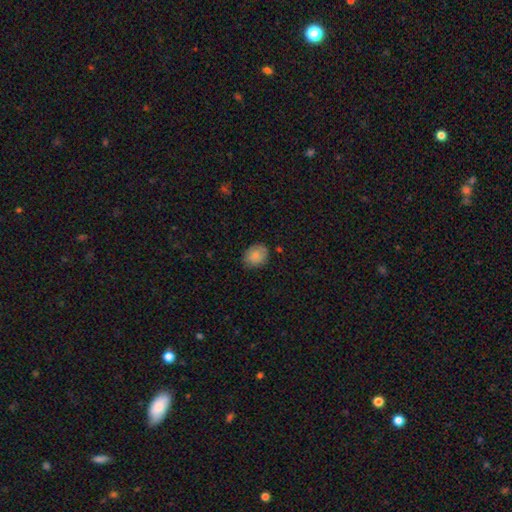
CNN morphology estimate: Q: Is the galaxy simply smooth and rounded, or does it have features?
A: smooth — 82%.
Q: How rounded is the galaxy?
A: in between — 50%.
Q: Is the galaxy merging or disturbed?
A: none — 79%.